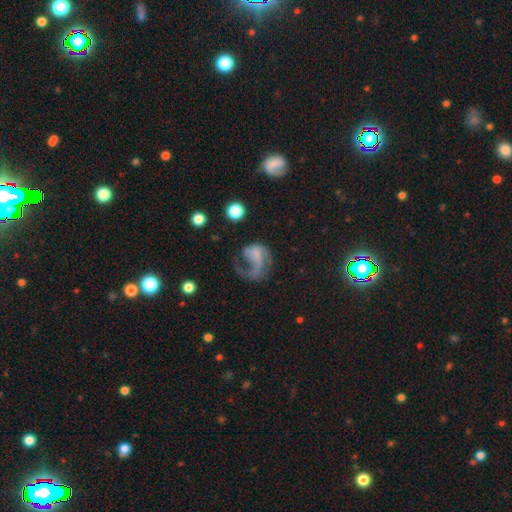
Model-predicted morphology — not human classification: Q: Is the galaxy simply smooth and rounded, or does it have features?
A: featured or disk — 61%.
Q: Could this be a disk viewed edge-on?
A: no — 98%.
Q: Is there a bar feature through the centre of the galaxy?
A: no — 66%.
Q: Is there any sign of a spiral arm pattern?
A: yes — 76%.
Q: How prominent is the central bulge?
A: none — 62%.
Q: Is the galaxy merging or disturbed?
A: major disturbance — 55%.